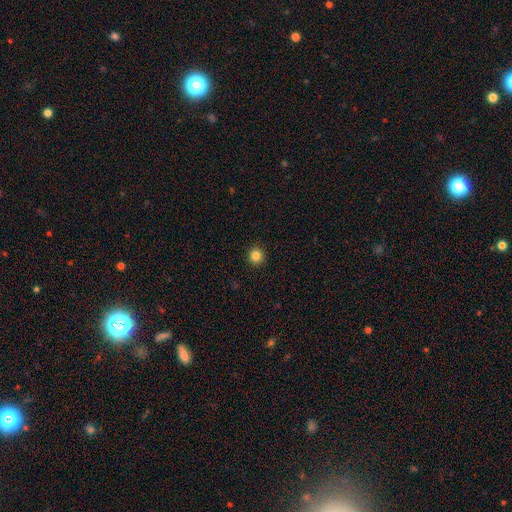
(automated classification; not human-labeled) smooth 84%, star or artifact 12%, featured or disk 5%. Down the decision tree: how rounded — round (92%); merging — none (93%).